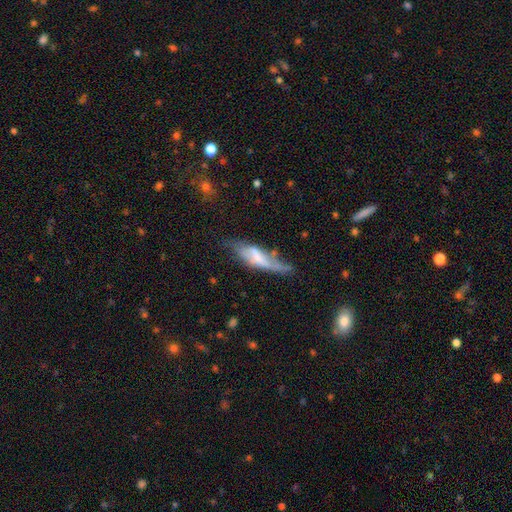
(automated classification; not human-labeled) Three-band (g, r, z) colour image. It shows a featured or disk galaxy (50%). Merging: none (34%, tied with minor disturbance).